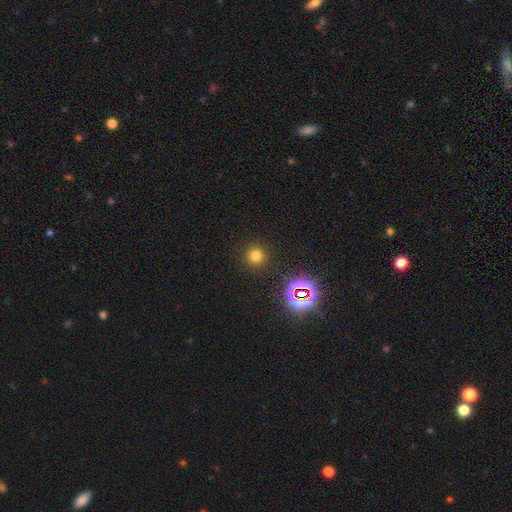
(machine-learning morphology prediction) The model was most divided on "smooth or featured": smooth: 72%, star or artifact: 23%, featured or disk: 5%. More confident: how rounded — round (95%); merging — none (91%).